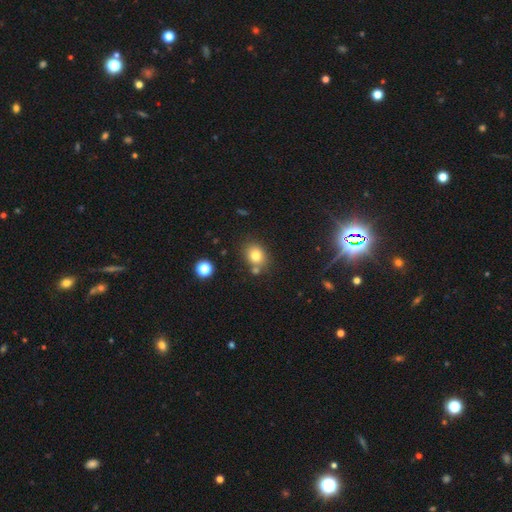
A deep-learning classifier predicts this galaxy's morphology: Smooth or featured? smooth (78%)
How rounded? round (58%)
Merging? none (70%)